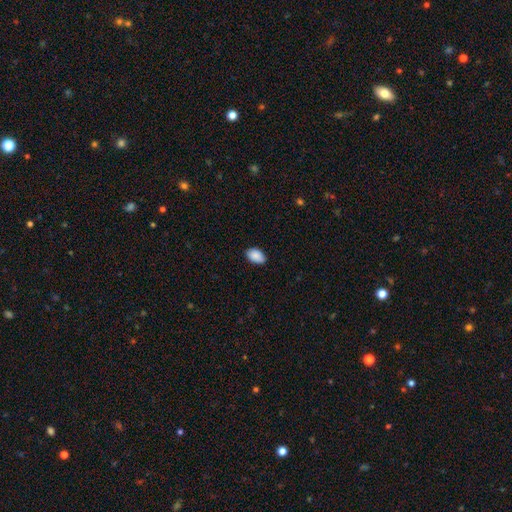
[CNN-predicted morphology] Smooth or featured?
  - smooth: 90% *
  - star or artifact: 7%
  - featured or disk: 3%
How rounded?
  - in between: 92% *
  - round: 7%
  - cigar-shaped: 1%
Merging?
  - none: 84% *
  - minor disturbance: 13%
  - major disturbance: 2%
  - merger: 1%